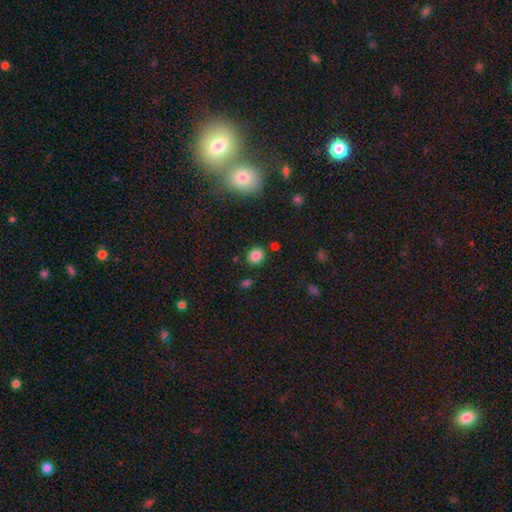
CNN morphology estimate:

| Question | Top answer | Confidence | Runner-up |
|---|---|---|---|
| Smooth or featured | smooth | 84% | star or artifact (11%) |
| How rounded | round | 72% | in between (27%) |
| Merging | none | 84% | minor disturbance (9%) |